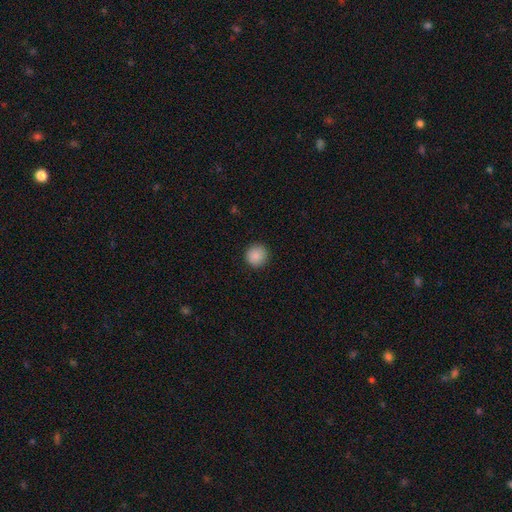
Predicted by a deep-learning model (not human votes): Overall: smooth (89%). How rounded: round (95%). Merging: none (92%).